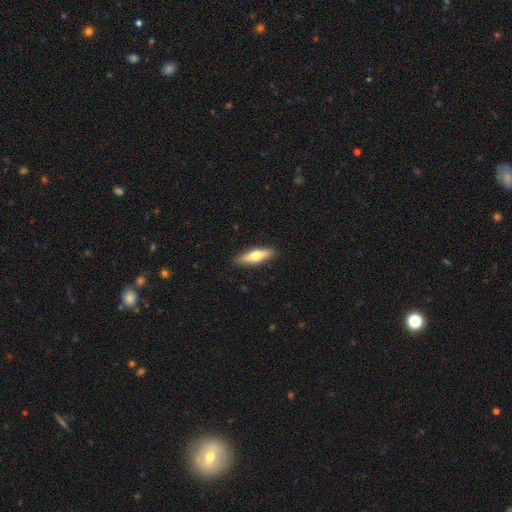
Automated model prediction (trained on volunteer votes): Smooth or featured? Predicted: smooth (p=0.60). How rounded? Predicted: cigar-shaped (p=0.58). Merging? Predicted: none (p=0.89).